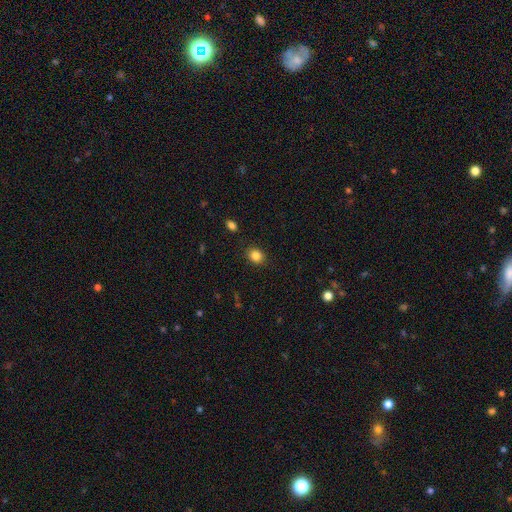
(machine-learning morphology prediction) The model was most divided on "how rounded": round: 64%, in between: 35%, cigar-shaped: 1%. More confident: merging — none (88%); smooth or featured — smooth (85%).